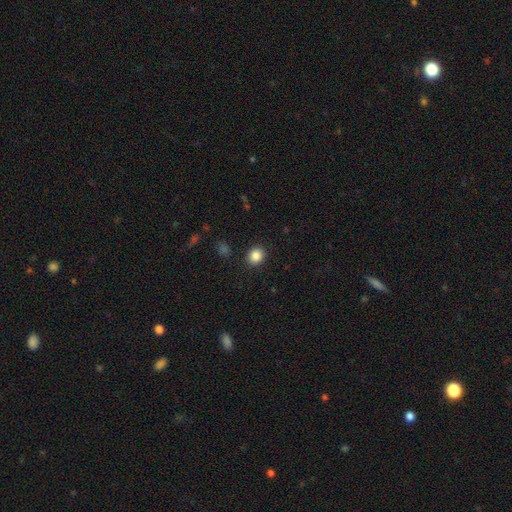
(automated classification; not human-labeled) This appears to be a smooth galaxy with no disk features (86%) that is round (74%). Merging: none (90%).